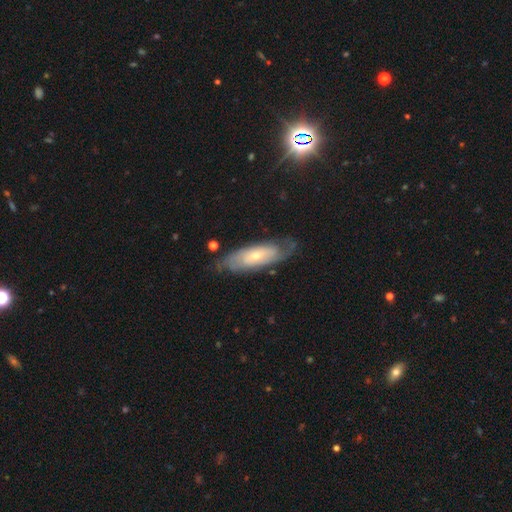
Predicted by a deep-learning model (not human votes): smooth_or_featured: featured or disk (p=0.70) [alt: smooth p=0.24]
disk_edge_on: no (p=0.83) [alt: yes p=0.17]
bar: no (p=0.70) [alt: weak p=0.24]
has_spiral_arms: yes (p=0.85) [alt: no p=0.15]
bulge_size: small (p=0.61) [alt: moderate p=0.34]
merging: none (p=0.72) [alt: minor disturbance p=0.19]